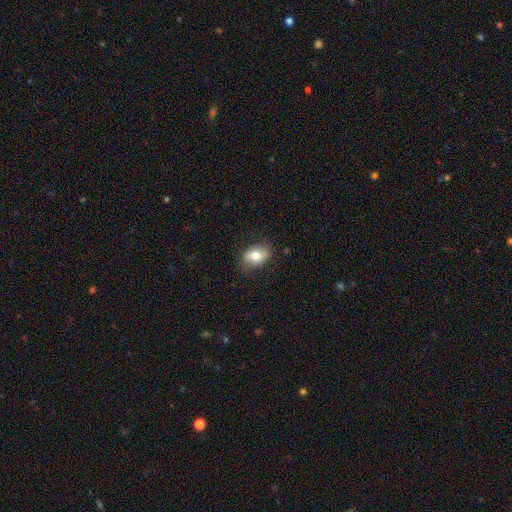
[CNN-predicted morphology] Smooth or featured? Predicted: smooth (p=0.77). How rounded? Predicted: in between (p=0.77). Merging? Predicted: none (p=0.83).